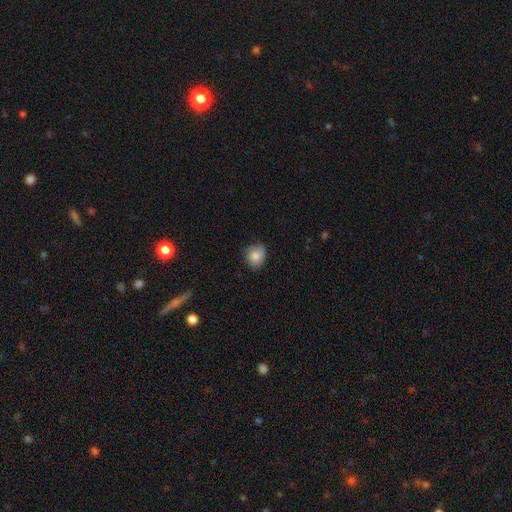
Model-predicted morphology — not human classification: This is likely a smooth galaxy (79%). How rounded: likely round (68%). Merging: likely none (67%).